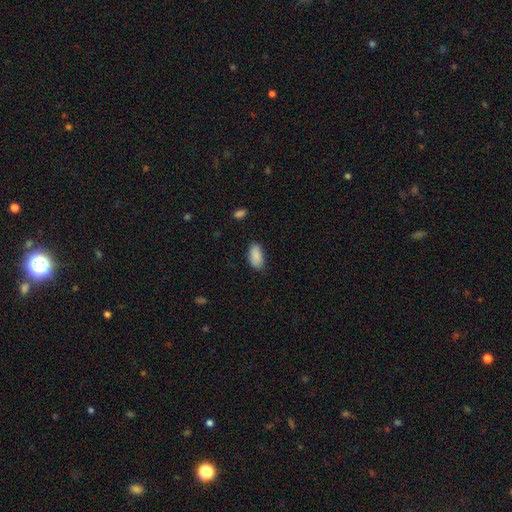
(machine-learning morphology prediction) A smooth galaxy with no disk features (89%) that is in between round and cigar-shaped (93%).

Vote fractions:
- Smooth or featured? smooth: 89% / star or artifact: 7% / featured or disk: 4%
- How rounded? in between: 93% / cigar-shaped: 4% / round: 3%
- Merging? none: 78% / minor disturbance: 17% / major disturbance: 3% / merger: 1%